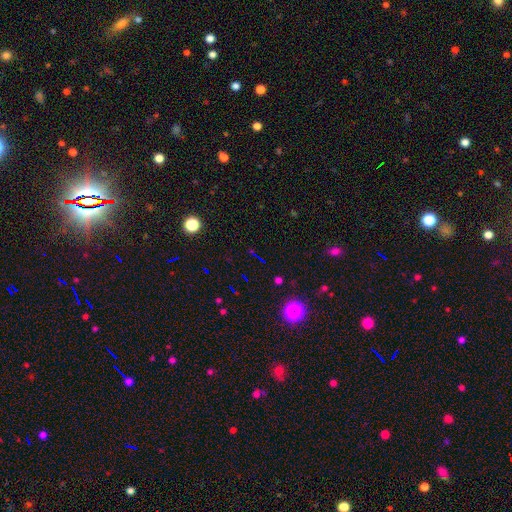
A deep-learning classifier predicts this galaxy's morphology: smooth_or_featured: star or artifact (p=0.70) [alt: smooth p=0.18]